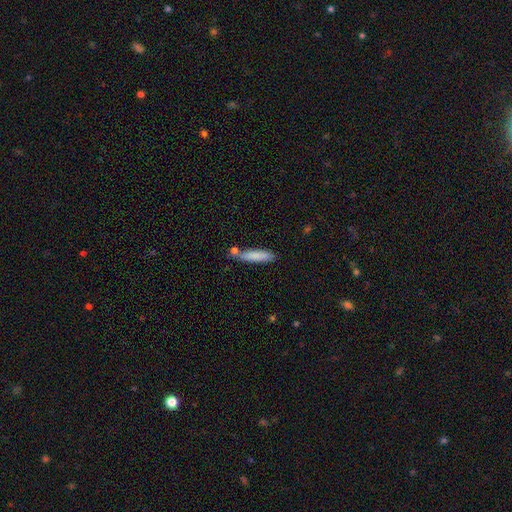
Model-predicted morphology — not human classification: smooth-or-featured: smooth: 82% | featured or disk: 12% | star or artifact: 6%
  how-rounded: cigar-shaped: 79% | in between: 20% | round: 2%
  merging: none: 71% | minor disturbance: 15% | merger: 11% | major disturbance: 3%